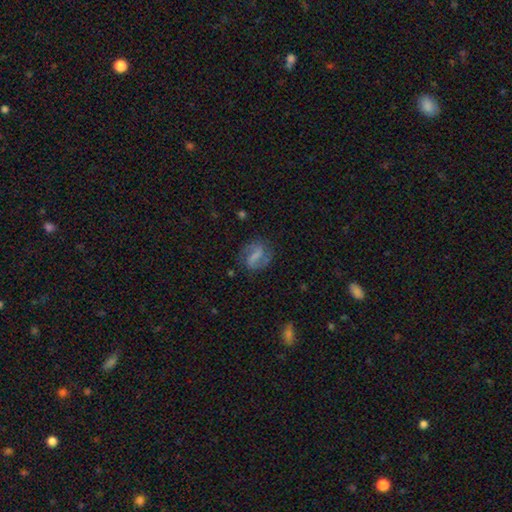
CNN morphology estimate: This is likely a featured or disk galaxy (76%). It is clearly not viewed edge-on (97%). Bar: possibly strong (46%). Spiral arm pattern: clearly yes (93%). Spiral arm count: clearly 2 (90%). Spiral winding: possibly medium (49%). Central bulge: possibly none (55%). Merging: likely none (77%).